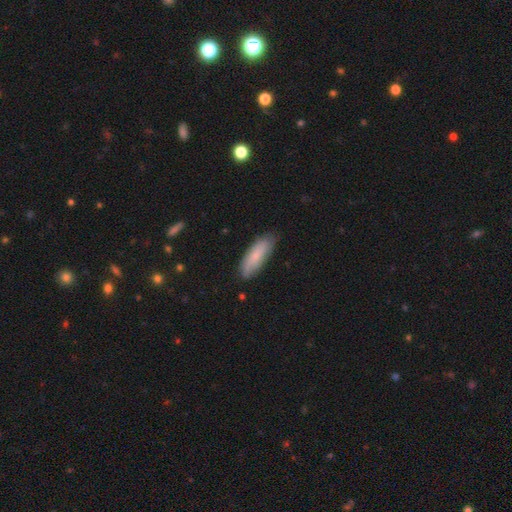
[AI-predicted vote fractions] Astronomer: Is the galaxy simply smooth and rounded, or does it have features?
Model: smooth — 74%.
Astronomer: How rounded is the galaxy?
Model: in between — 59% (runner-up: cigar-shaped, 39%).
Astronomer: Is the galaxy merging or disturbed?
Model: none — 78%.